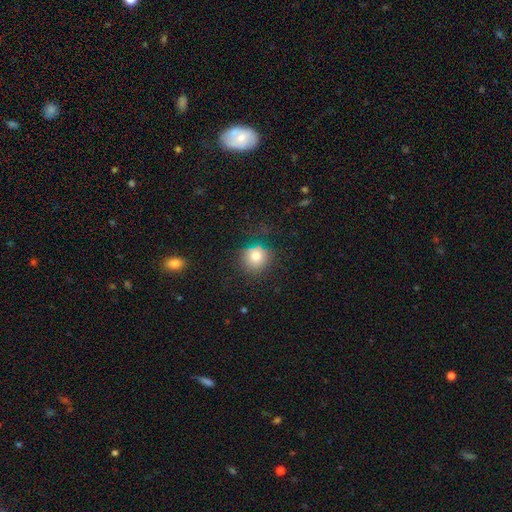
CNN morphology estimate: Smooth or featured? Predicted: smooth (p=0.79). How rounded? Predicted: round (p=0.90). Merging? Predicted: none (p=0.80).